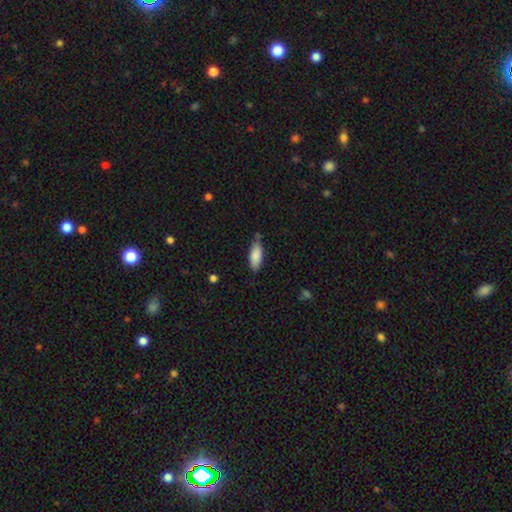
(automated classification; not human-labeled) Smooth or featured? smooth (87%)
How rounded? in between (75%)
Merging? none (68%)